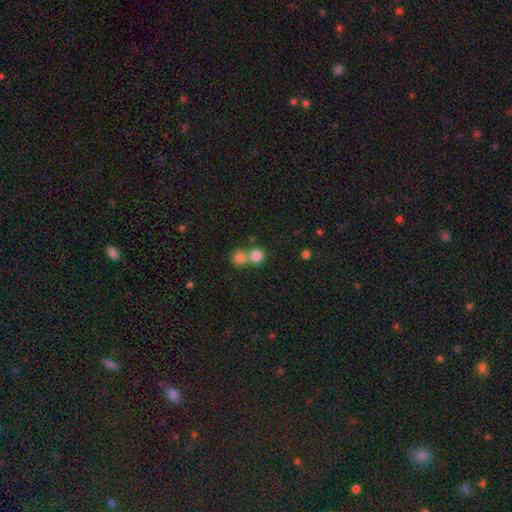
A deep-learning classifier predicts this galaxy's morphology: This appears to be a smooth galaxy with no disk features (82%) that is round (86%). Merging: merger (49%).